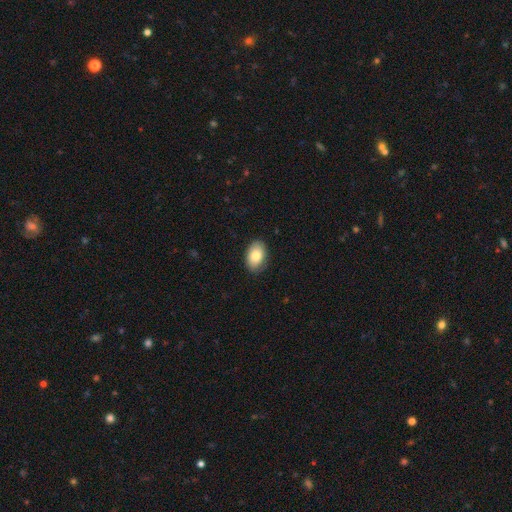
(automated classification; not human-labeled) The model was most divided on "smooth or featured": smooth: 80%, featured or disk: 13%, star or artifact: 7%. More confident: how rounded — in between (89%); merging — none (84%).